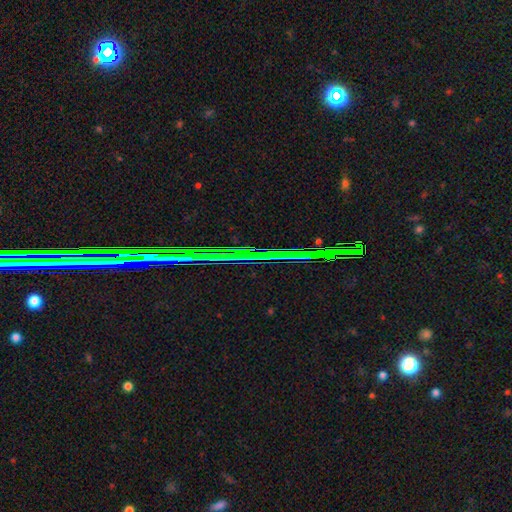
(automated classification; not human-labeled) This appears to be a star or artifact, not a galaxy (67%).